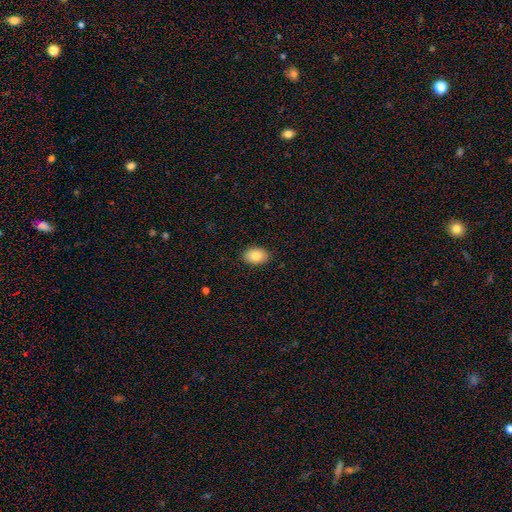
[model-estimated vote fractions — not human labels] Smooth or featured? smooth (84%)
How rounded? in between (85%)
Merging? none (88%)